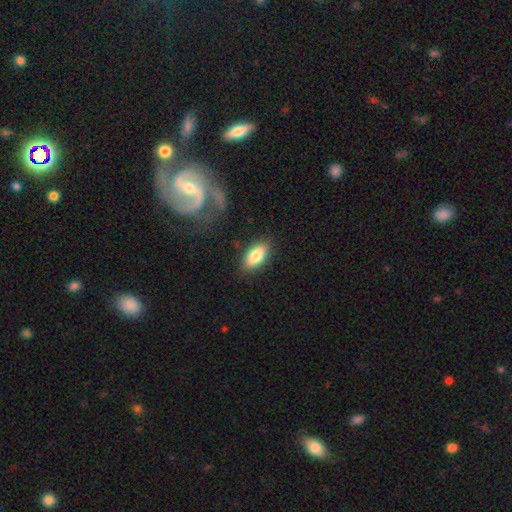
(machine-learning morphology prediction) type=smooth (82%); roundness=in between (89%); merging=none (85%).